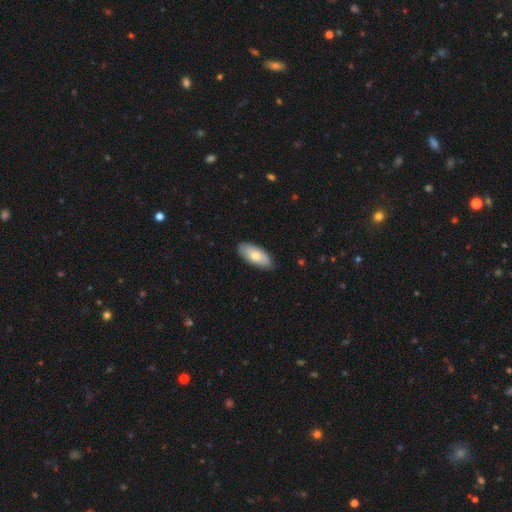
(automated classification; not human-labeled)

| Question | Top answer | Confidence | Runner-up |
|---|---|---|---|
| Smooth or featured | smooth | 68% | featured or disk (26%) |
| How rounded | in between | 90% | cigar-shaped (8%) |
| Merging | none | 84% | minor disturbance (13%) |